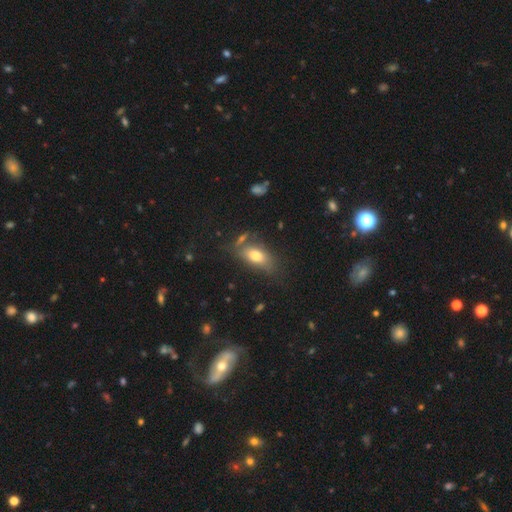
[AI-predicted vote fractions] This appears to be a smooth galaxy with no disk features (73%) that is in between round and cigar-shaped (85%). Merging: none (63%).